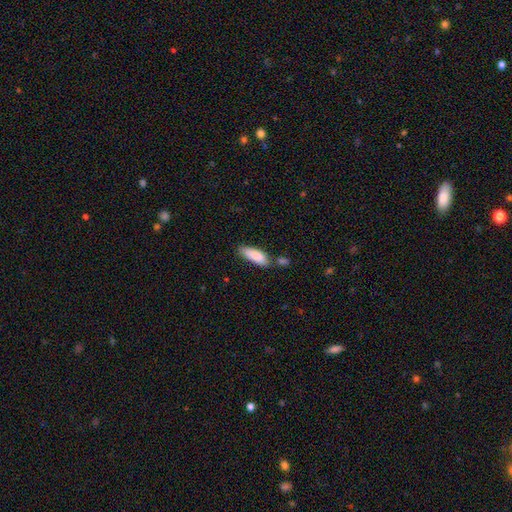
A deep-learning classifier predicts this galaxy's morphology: Q: Smooth or featured?
A: smooth (87%); runner-up: featured or disk (7%)
Q: How rounded?
A: in between (57%); runner-up: cigar-shaped (41%)
Q: Merging?
A: none (64%); runner-up: minor disturbance (19%)